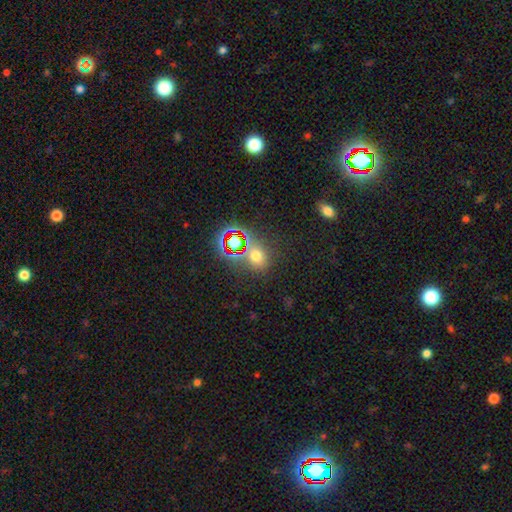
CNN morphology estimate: smooth 55%, star or artifact 36%, featured or disk 9%. Down the decision tree: how rounded — round (71%); merging — none (73%).